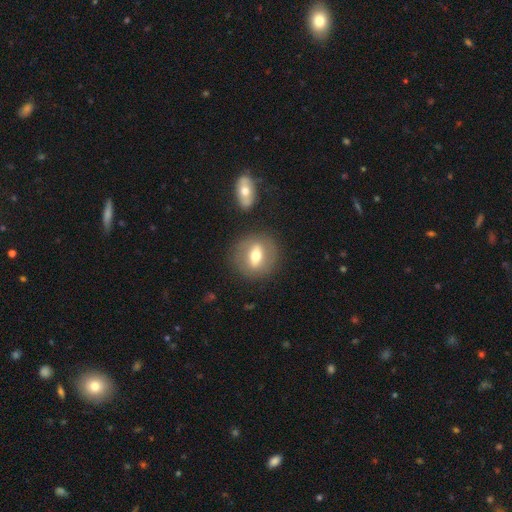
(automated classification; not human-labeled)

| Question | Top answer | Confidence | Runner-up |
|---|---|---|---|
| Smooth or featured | smooth | 49% | featured or disk (44%) |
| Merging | none | 80% | minor disturbance (10%) |